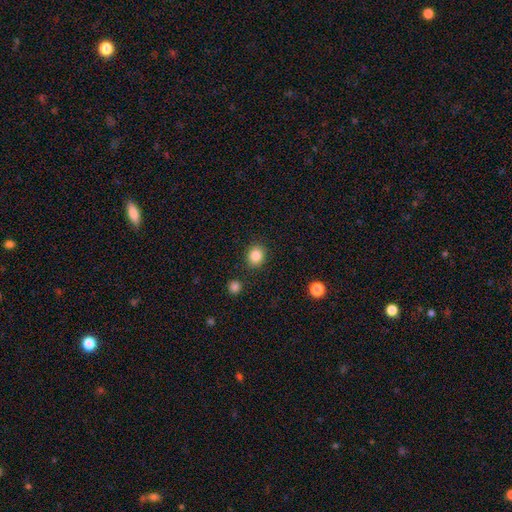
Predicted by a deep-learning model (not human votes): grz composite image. It shows a smooth galaxy with no disk features (86%) that is round (71%). Merging: none (87%).